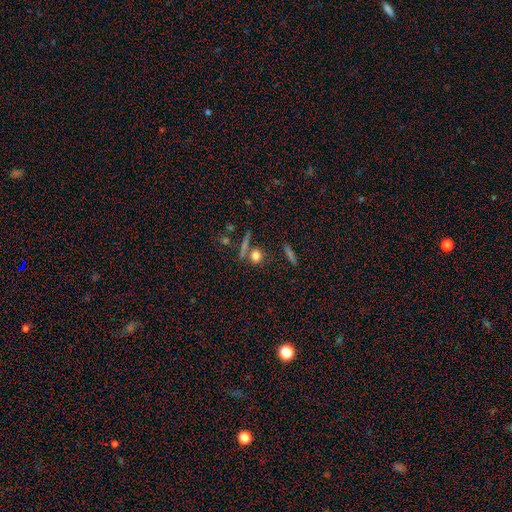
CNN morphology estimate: This is likely a smooth galaxy (71%). How rounded: likely round (78%). Merging: likely none (72%).